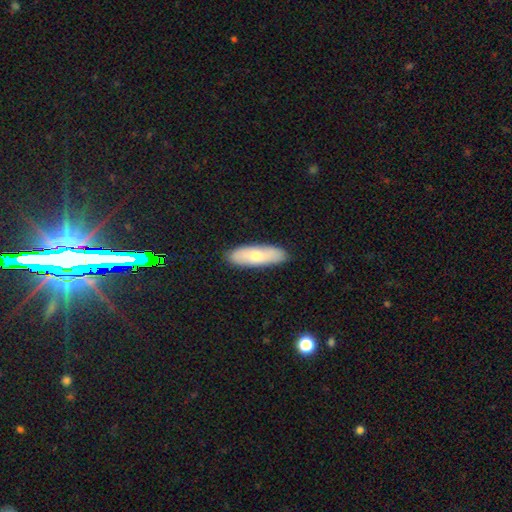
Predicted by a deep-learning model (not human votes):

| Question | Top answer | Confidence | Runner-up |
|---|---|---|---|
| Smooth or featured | smooth | 67% | featured or disk (27%) |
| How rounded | in between | 57% | cigar-shaped (41%) |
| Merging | none | 88% | minor disturbance (9%) |